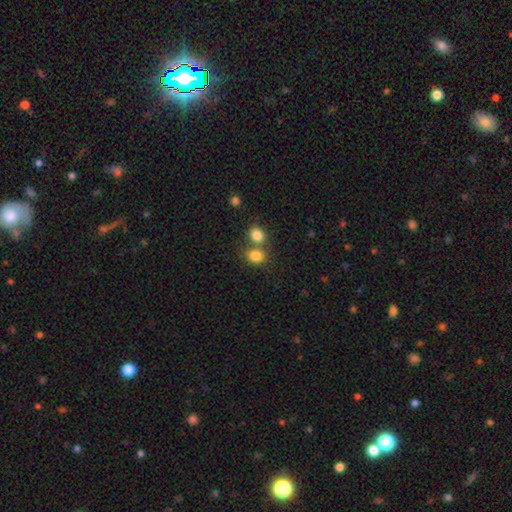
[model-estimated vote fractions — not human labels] This appears to be a smooth galaxy with no disk features (83%) that is round (54%). Merging: none (47%).